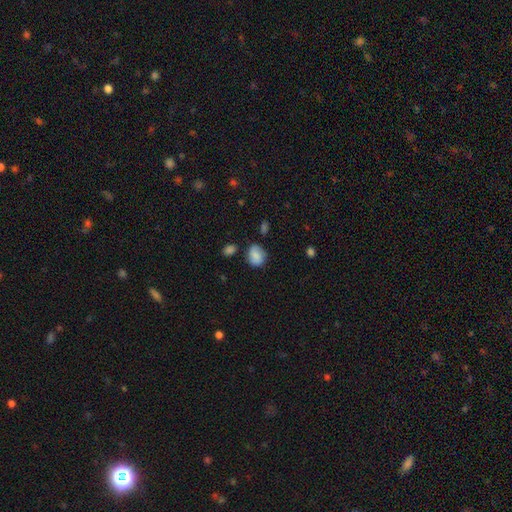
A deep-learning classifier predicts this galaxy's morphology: A smooth galaxy with no disk features (75%) that is round (55%). Merging: none (70%).